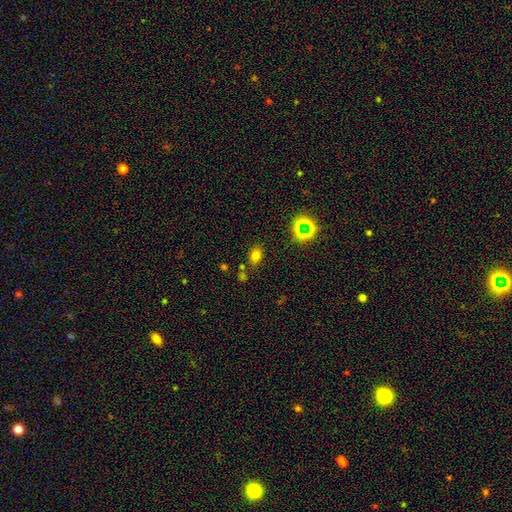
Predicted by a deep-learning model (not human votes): Smooth or featured? smooth (72%)
How rounded? in between (68%)
Merging? none (77%)